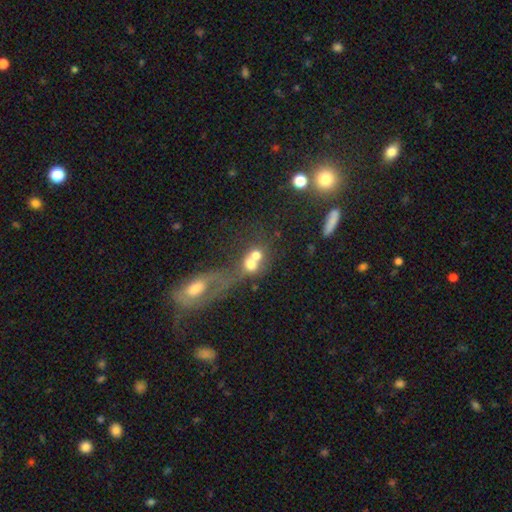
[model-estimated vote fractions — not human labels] smooth 61%, featured or disk 25%, star or artifact 14%. Down the decision tree: how rounded — round (67%); merging — merger (68%).